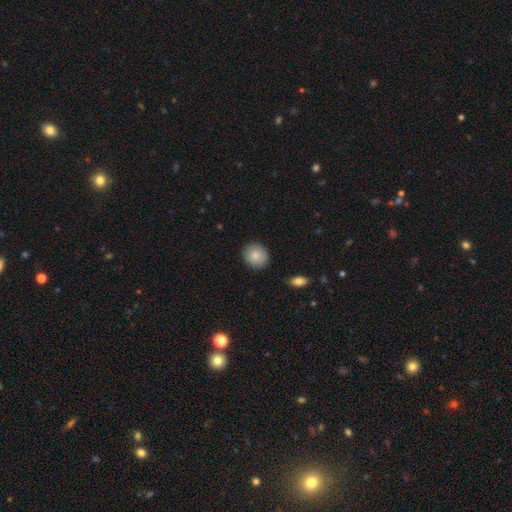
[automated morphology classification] This appears to be a smooth galaxy with no disk features (85%) that is round (75%). Merging: none (86%).